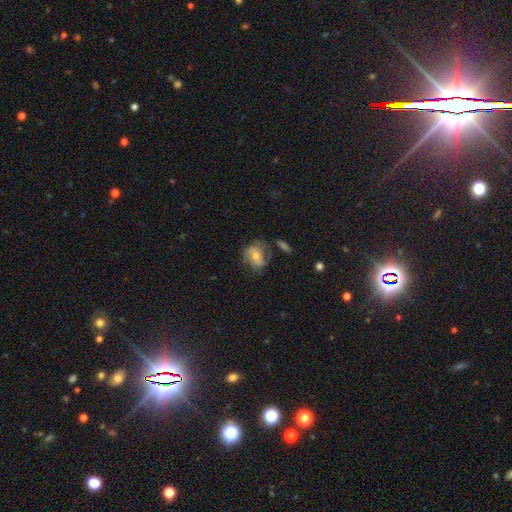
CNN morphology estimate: This is possibly a featured or disk galaxy (57%). It is clearly not viewed edge-on (96%). Bar: possibly no (58%). Spiral arm pattern: likely yes (80%). Central bulge: possibly moderate (56%). Merging: possibly none (55%).